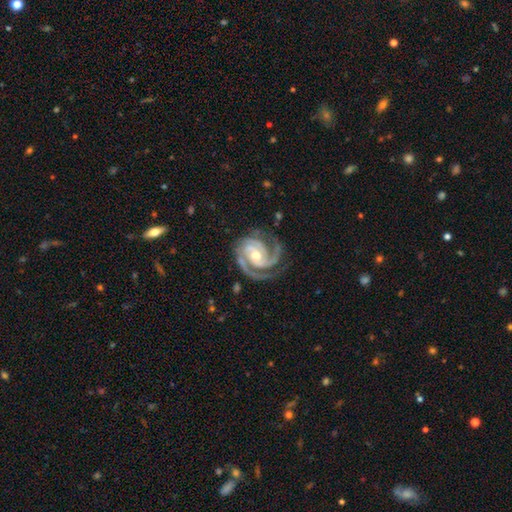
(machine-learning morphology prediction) A featured or disk galaxy (94%) with no bar (46%), 2 (48%) tight (64%) spiral arms (99%) and a moderate central bulge (69%).

Vote fractions:
- Smooth or featured? featured or disk: 94% / star or artifact: 3% / smooth: 3%
- Edge-on disk? no: 98% / yes: 2%
- Bar? no: 46% / weak: 34% / strong: 20%
- Spiral arms? yes: 99% / no: 1%
- Spiral winding? tight: 64% / medium: 33% / loose: 4%
- Spiral arm count? 2: 48% / 3: 38% / can't tell: 4% / 4: 4% / 1: 3% / more than 4: 3%
- Bulge size? moderate: 69% / small: 25% / large: 4% / none: 1% / dominant: 1%
- Merging? none: 73% / minor disturbance: 17% / major disturbance: 8% / merger: 2%